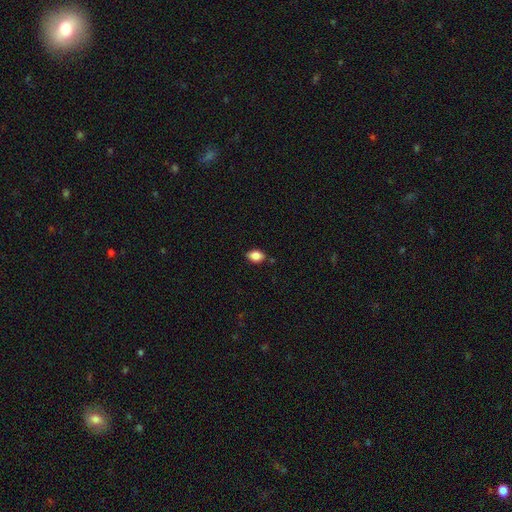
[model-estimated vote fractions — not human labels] A smooth galaxy with no disk features (85%) that is in between round and cigar-shaped (84%).

Vote fractions:
- Smooth or featured? smooth: 85% / star or artifact: 9% / featured or disk: 6%
- How rounded? in between: 84% / round: 15% / cigar-shaped: 2%
- Merging? none: 81% / minor disturbance: 14% / major disturbance: 2% / merger: 2%